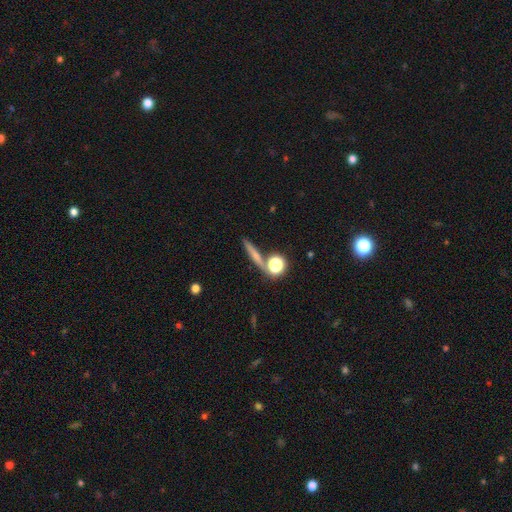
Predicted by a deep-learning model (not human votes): Smooth or featured?
  - smooth: 54% *
  - featured or disk: 31%
  - star or artifact: 15%
How rounded?
  - cigar-shaped: 70% *
  - round: 20%
  - in between: 10%
Merging?
  - none: 77% *
  - merger: 11%
  - minor disturbance: 9%
  - major disturbance: 4%